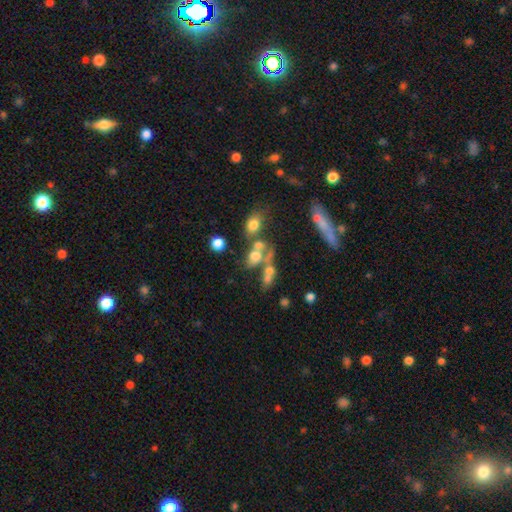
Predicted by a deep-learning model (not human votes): A smooth galaxy with no disk features (53%) that is in between round and cigar-shaped (64%).

Vote fractions:
- Smooth or featured? smooth: 53% / featured or disk: 30% / star or artifact: 17%
- How rounded? in between: 64% / round: 30% / cigar-shaped: 5%
- Merging? merger: 52% / none: 24% / major disturbance: 13% / minor disturbance: 11%